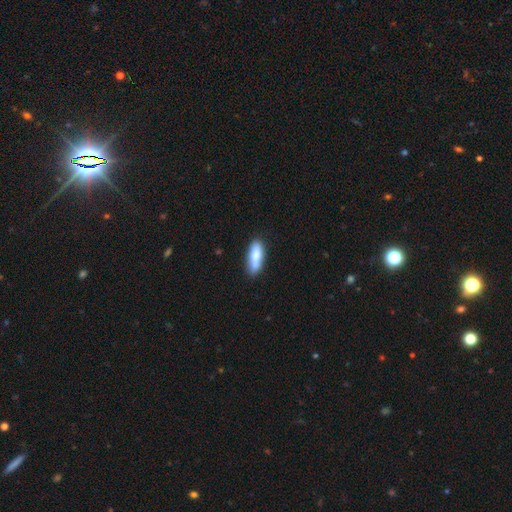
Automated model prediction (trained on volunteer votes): Q: Smooth or featured?
A: smooth (80%); runner-up: featured or disk (14%)
Q: How rounded?
A: in between (62%); runner-up: cigar-shaped (36%)
Q: Merging?
A: none (74%); runner-up: minor disturbance (18%)